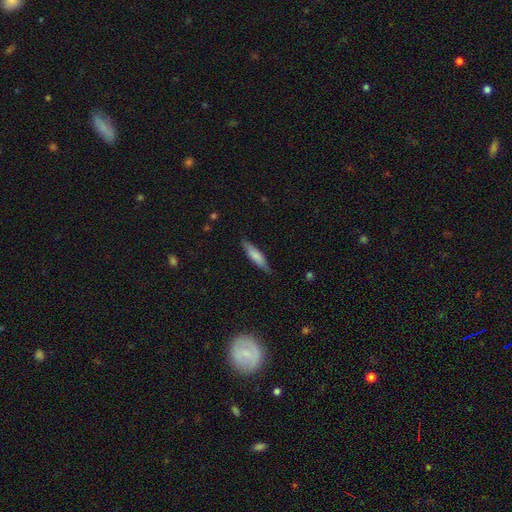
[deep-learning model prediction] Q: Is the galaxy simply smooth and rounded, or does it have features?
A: smooth — 69%.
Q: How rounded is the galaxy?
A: cigar-shaped — 79%.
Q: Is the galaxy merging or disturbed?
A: none — 83%.